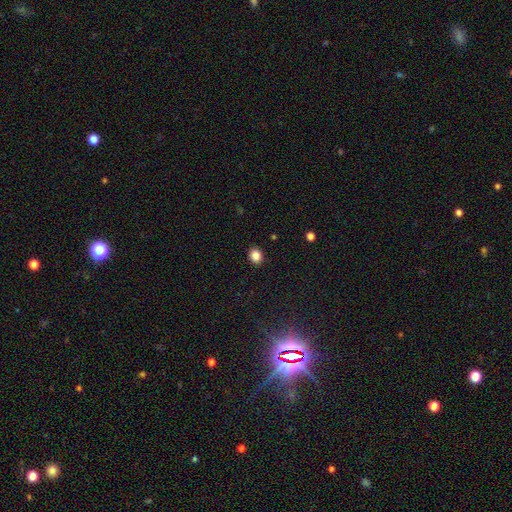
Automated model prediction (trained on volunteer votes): Smooth or featured? Predicted: smooth (p=0.86). How rounded? Predicted: round (p=0.58). Merging? Predicted: none (p=0.90).